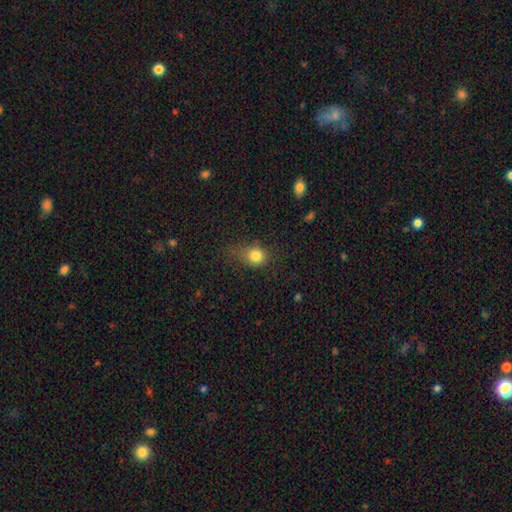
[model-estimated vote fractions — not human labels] The model was most divided on "merging": none: 58%, minor disturbance: 28%, major disturbance: 13%, merger: 2%. More confident: smooth or featured — smooth (81%); how rounded — round (69%).